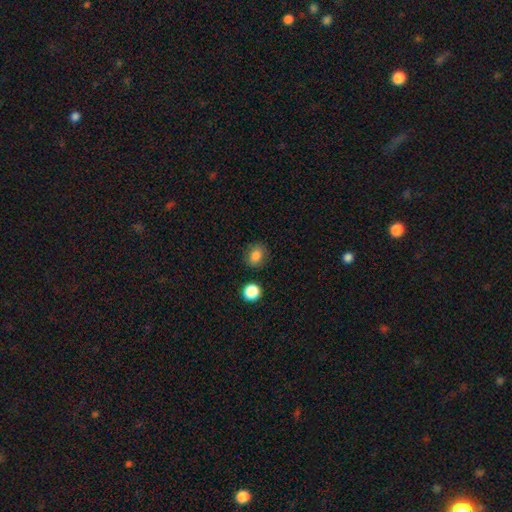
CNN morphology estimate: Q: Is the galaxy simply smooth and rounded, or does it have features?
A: smooth — 84%.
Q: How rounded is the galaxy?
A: round — 57%.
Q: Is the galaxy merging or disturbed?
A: none — 82%.